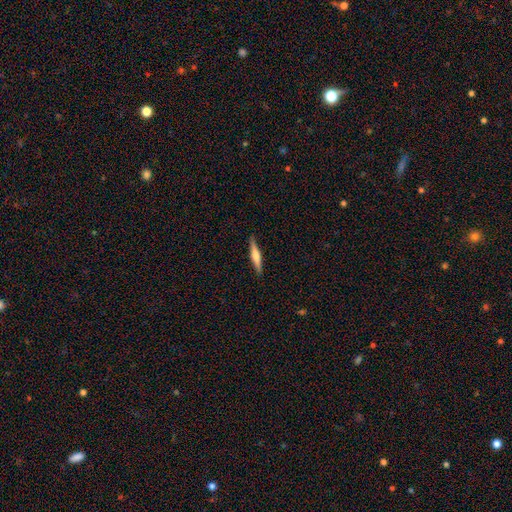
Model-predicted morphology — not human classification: A featured or disk galaxy (55%) viewed edge-on (97%) with a rounded central bulge (80%). Merging: none (90%).